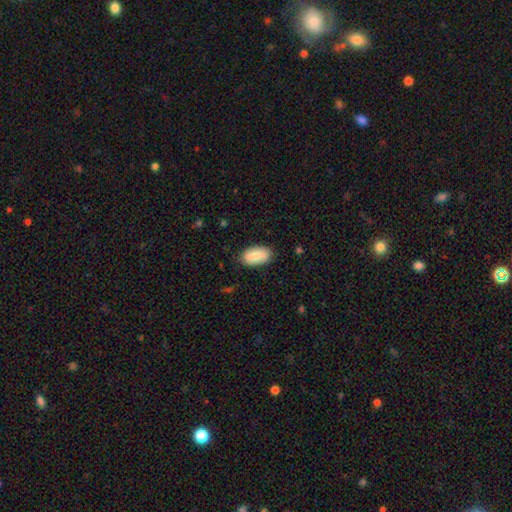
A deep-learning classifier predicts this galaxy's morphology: This is likely a smooth galaxy (70%). How rounded: clearly in between (94%). Merging: clearly none (82%).